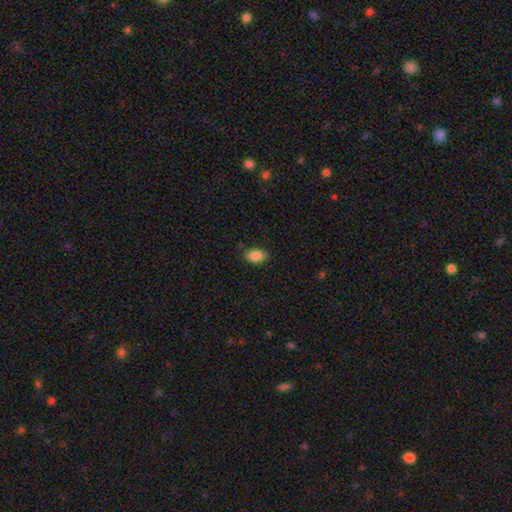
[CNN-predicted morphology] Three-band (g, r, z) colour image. It shows a smooth galaxy with no disk features (87%) that is in between round and cigar-shaped (87%). Merging: none (81%).